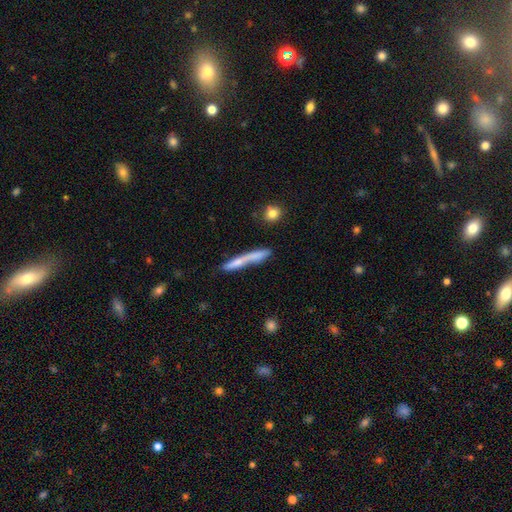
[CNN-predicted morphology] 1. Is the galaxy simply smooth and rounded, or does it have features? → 63% smooth, 29% featured or disk, 8% star or artifact.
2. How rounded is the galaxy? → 86% cigar-shaped, 10% in between, 4% round.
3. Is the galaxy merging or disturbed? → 46% none, 26% merger, 18% minor disturbance, 10% major disturbance.